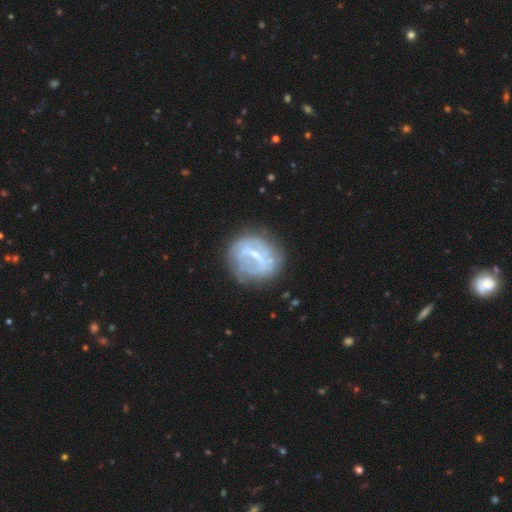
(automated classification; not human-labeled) Smooth or featured? Predicted: featured or disk (p=0.66). Edge-on disk? Predicted: no (p=0.96). Bar? Predicted: weak (p=0.45). Spiral arms? Predicted: no (p=0.50, tied with yes). Bulge size? Predicted: small (p=0.60). Merging? Predicted: none (p=0.67).